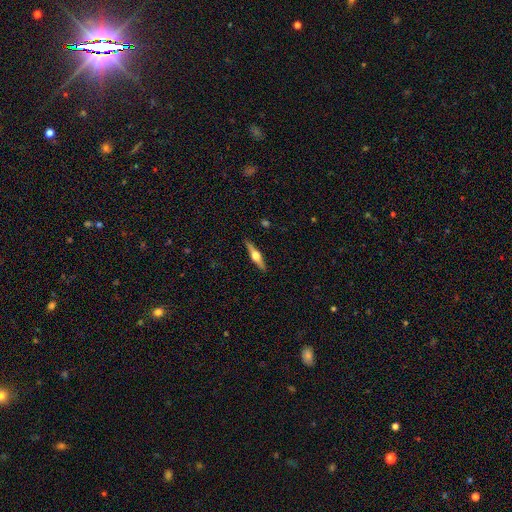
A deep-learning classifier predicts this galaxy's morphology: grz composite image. It shows a featured or disk galaxy (71%) viewed edge-on (97%) with a rounded central bulge (95%). Merging: none (91%).